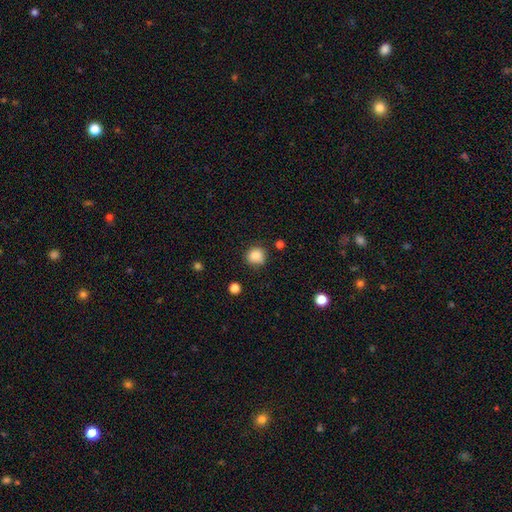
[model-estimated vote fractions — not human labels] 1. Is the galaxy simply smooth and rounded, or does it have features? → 85% smooth, 10% star or artifact, 5% featured or disk.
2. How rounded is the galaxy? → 85% round, 14% in between, 1% cigar-shaped.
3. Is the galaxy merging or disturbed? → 76% none, 17% minor disturbance, 4% major disturbance, 4% merger.